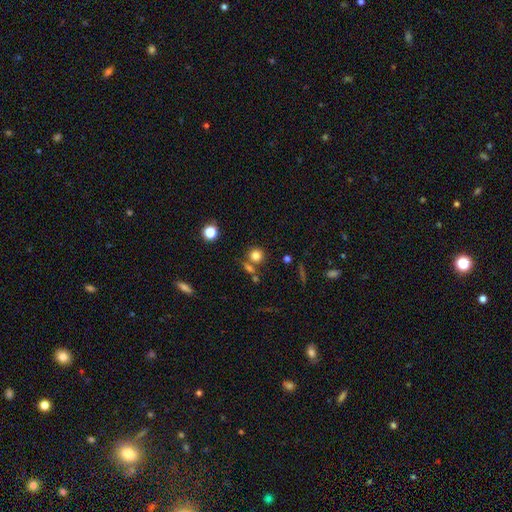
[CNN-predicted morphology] Smooth or featured? smooth (80%)
How rounded? round (87%)
Merging? none (68%)